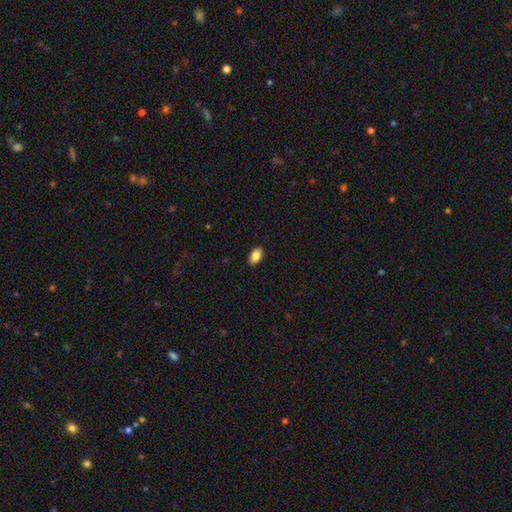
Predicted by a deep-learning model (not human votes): This is clearly a smooth galaxy (87%). How rounded: clearly in between (91%). Merging: clearly none (89%).